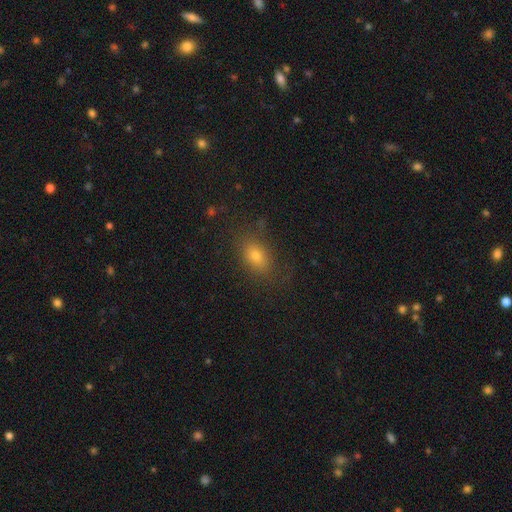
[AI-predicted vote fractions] Q: Smooth or featured?
A: smooth (74%); runner-up: star or artifact (15%)
Q: How rounded?
A: in between (78%); runner-up: round (18%)
Q: Merging?
A: none (78%); runner-up: minor disturbance (15%)